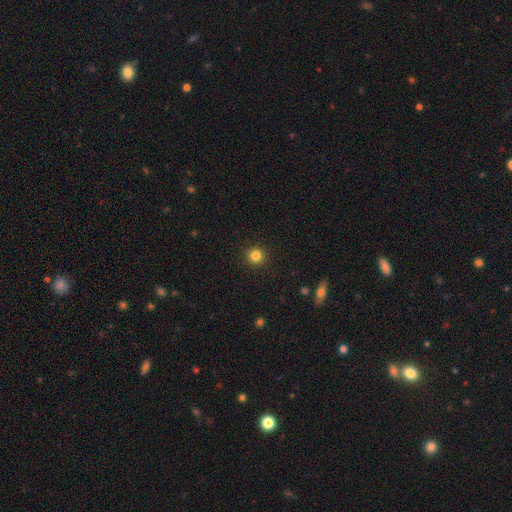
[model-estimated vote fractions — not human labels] Smooth or featured? smooth (83%)
How rounded? round (95%)
Merging? none (93%)